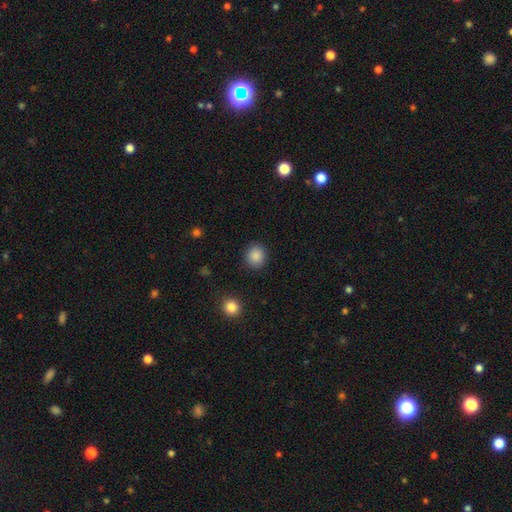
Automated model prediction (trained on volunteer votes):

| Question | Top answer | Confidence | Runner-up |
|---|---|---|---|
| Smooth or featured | smooth | 87% | star or artifact (9%) |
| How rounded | round | 83% | in between (16%) |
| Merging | none | 89% | minor disturbance (7%) |